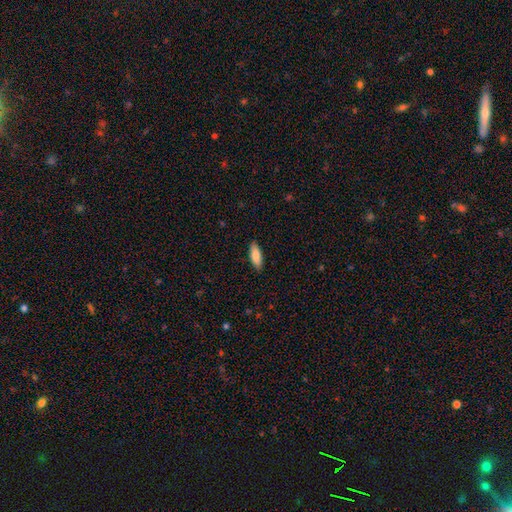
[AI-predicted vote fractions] smooth-or-featured: smooth: 87% | featured or disk: 7% | star or artifact: 6%
  how-rounded: in between: 62% | cigar-shaped: 36% | round: 2%
  merging: none: 89% | minor disturbance: 8% | major disturbance: 2% | merger: 1%